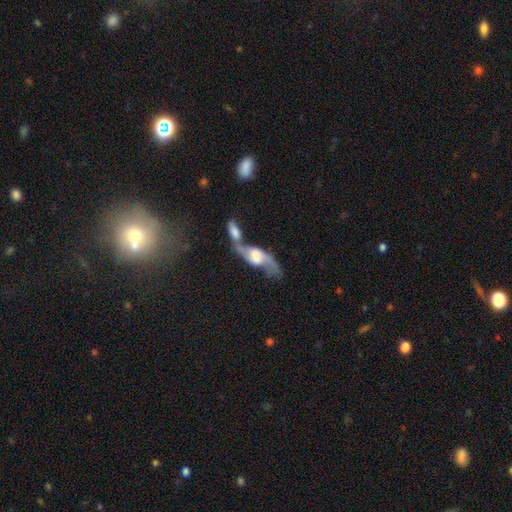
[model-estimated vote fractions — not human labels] The model was most divided on "bar": no: 44%, weak: 39%, strong: 16%. Remaining: spiral arms — yes (85%); edge-on disk — no (82%); smooth or featured — featured or disk (71%); merging — merger (62%); bulge size — large (35%).